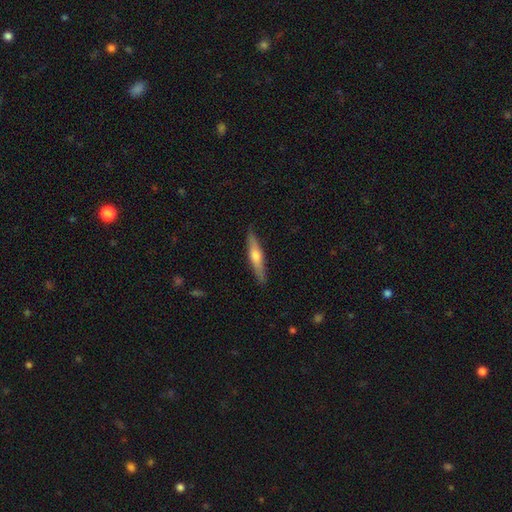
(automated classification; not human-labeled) smooth_or_featured: featured or disk (p=0.54) [alt: smooth p=0.40]
disk_edge_on: yes (p=0.95) [alt: no p=0.05]
edge_on_bulge: rounded (p=0.88) [alt: none p=0.06]
merging: none (p=0.89) [alt: minor disturbance p=0.09]